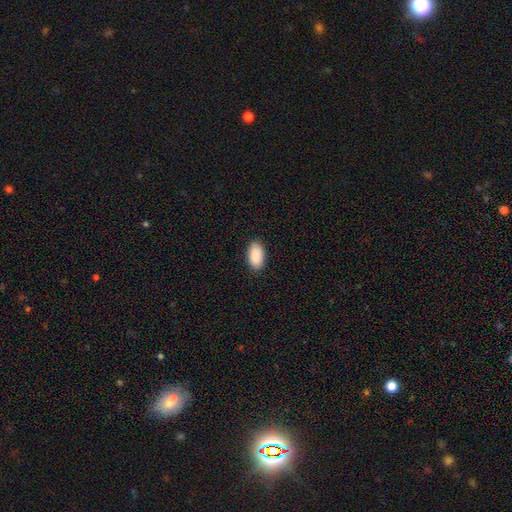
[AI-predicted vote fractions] This is clearly a smooth galaxy (91%). How rounded: clearly in between (95%). Merging: clearly none (89%).